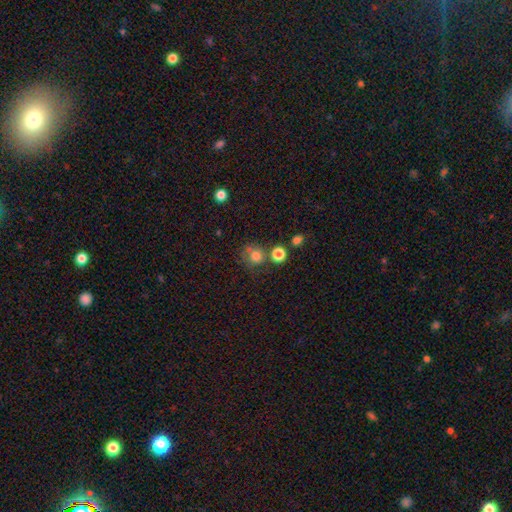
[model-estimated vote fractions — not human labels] Overall: smooth (76%). How rounded: round (83%). Merging: none (53%; merger 18%).